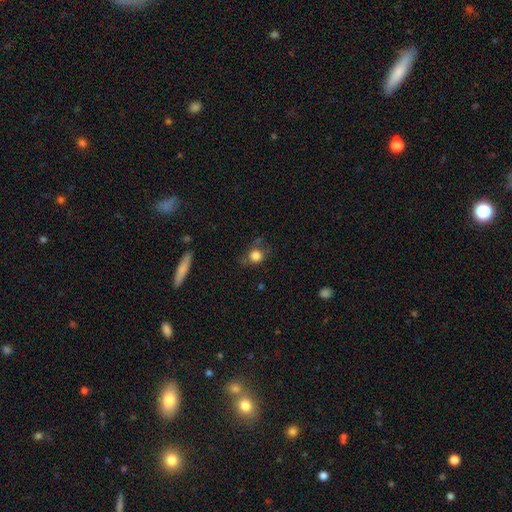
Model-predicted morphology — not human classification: A smooth galaxy with no disk features (77%) that is round (80%). Merging: none (59%).